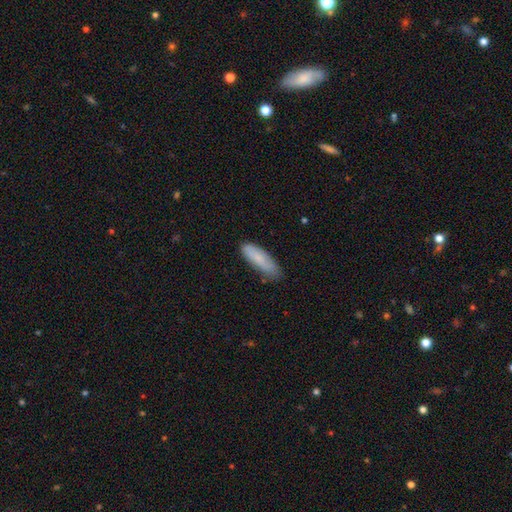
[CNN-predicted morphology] This is likely a smooth galaxy (78%). How rounded: possibly cigar-shaped (60%). Merging: likely none (80%).